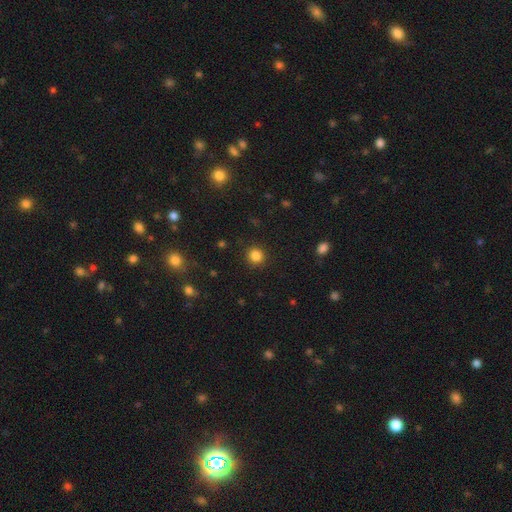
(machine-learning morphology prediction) This is clearly a smooth galaxy (84%). How rounded: clearly round (91%). Merging: clearly none (91%).